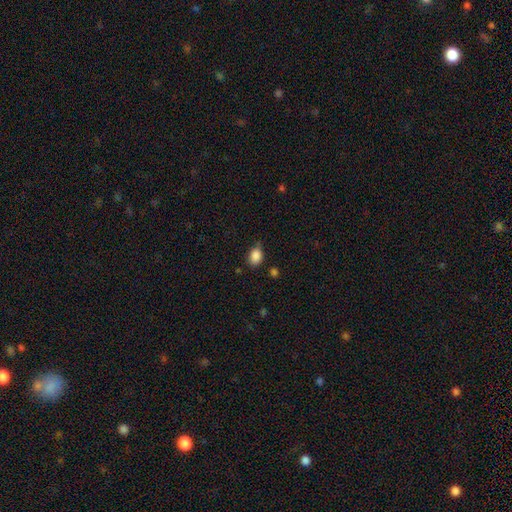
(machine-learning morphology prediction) type=smooth (87%); roundness=in between (75%); merging=none (68%).